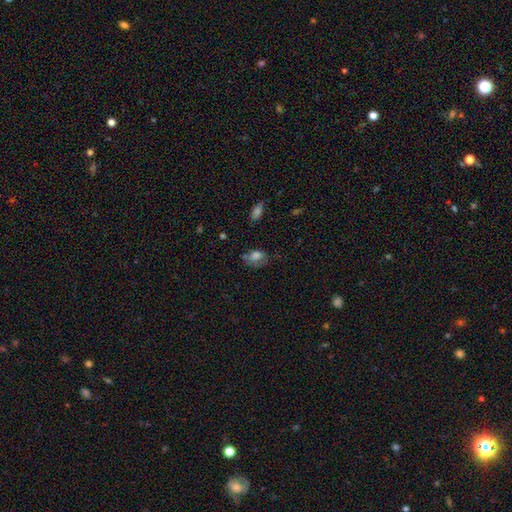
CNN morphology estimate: The model was most divided on "merging": none: 45%, minor disturbance: 31%, major disturbance: 19%, merger: 5%. More confident: how rounded — in between (77%); smooth or featured — smooth (69%).